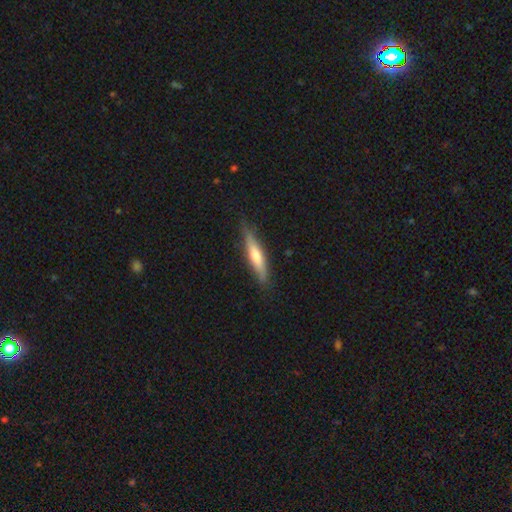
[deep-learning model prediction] Smooth or featured? smooth (53%)
How rounded? cigar-shaped (86%)
Merging? none (83%)